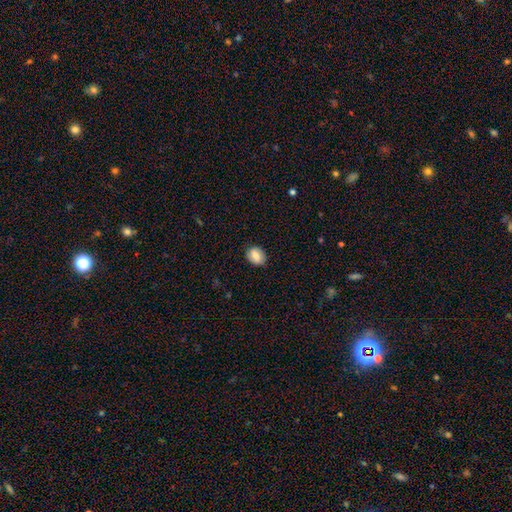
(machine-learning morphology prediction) The model was most divided on "how rounded": in between: 60%, round: 38%, cigar-shaped: 2%. More confident: merging — none (84%); smooth or featured — smooth (75%).